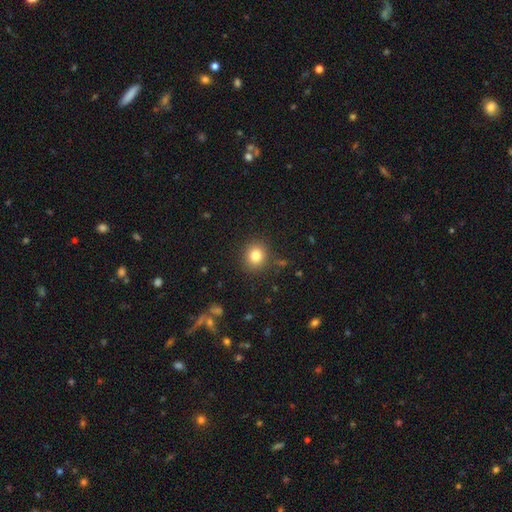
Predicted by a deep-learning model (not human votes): smooth 81%, star or artifact 12%, featured or disk 7%. Down the decision tree: how rounded — round (82%); merging — none (88%).